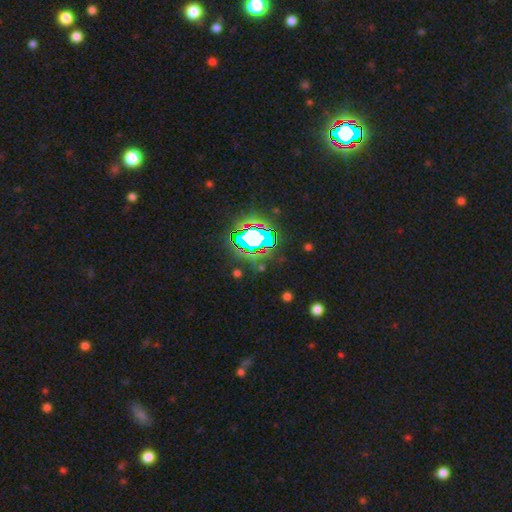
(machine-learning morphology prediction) star or artifact 84%, smooth 10%, featured or disk 7%.